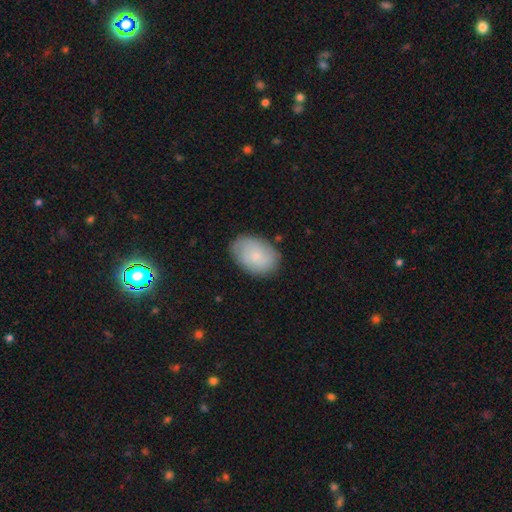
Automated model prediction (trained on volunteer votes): Smooth or featured? smooth (72%)
How rounded? in between (84%)
Merging? none (80%)